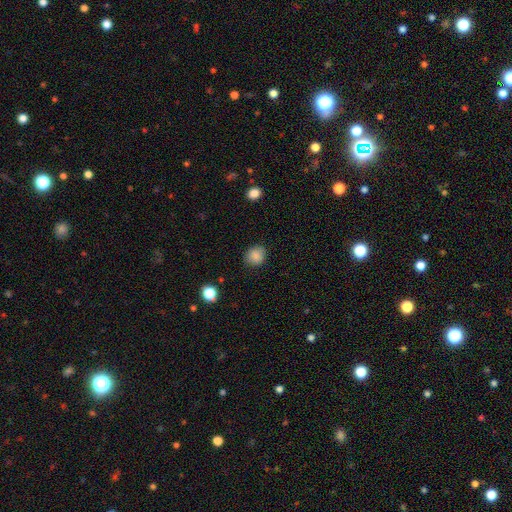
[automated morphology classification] This is clearly a smooth galaxy (86%). How rounded: likely round (75%). Merging: clearly none (84%).